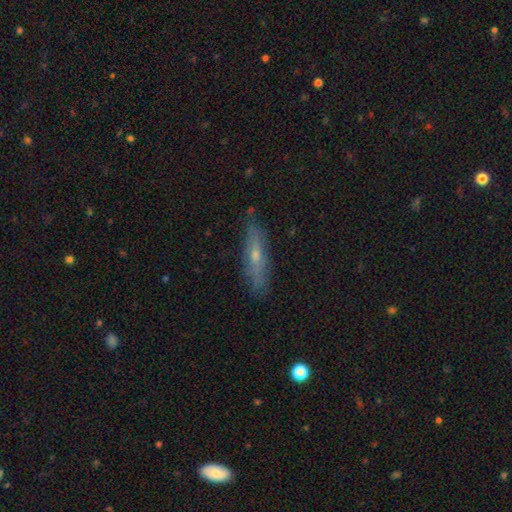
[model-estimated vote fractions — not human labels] Smooth or featured? featured or disk (49%)
Merging? none (80%)